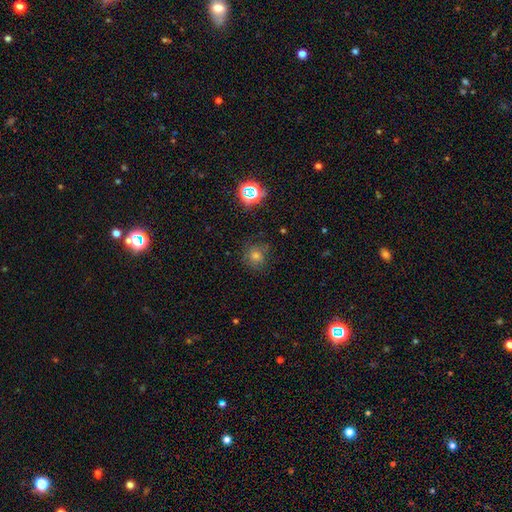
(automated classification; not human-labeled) smooth_or_featured: smooth (p=0.53) [alt: star or artifact p=0.33]
how_rounded: round (p=0.90) [alt: in between p=0.09]
merging: none (p=0.79) [alt: minor disturbance p=0.14]